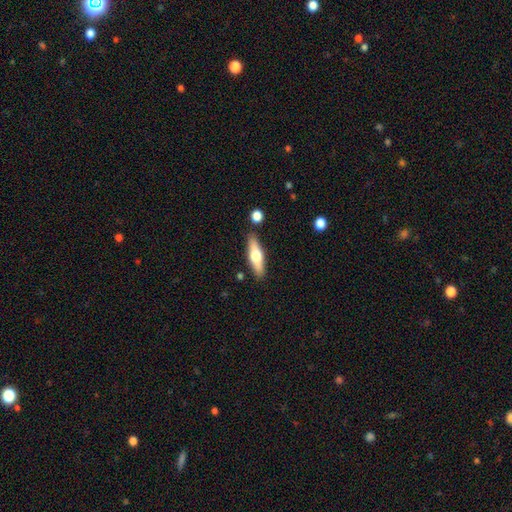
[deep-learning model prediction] Morphology: type=smooth (49%); merging=none (85%).